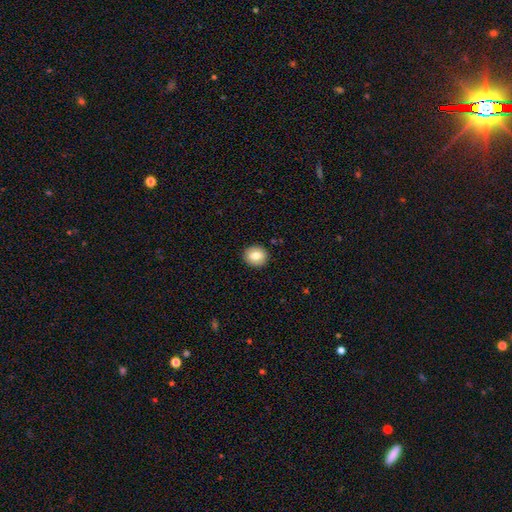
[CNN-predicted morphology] Smooth or featured?
  - smooth: 80% *
  - featured or disk: 12%
  - star or artifact: 8%
How rounded?
  - round: 78% *
  - in between: 21%
  - cigar-shaped: 1%
Merging?
  - none: 90% *
  - minor disturbance: 7%
  - major disturbance: 2%
  - merger: 1%